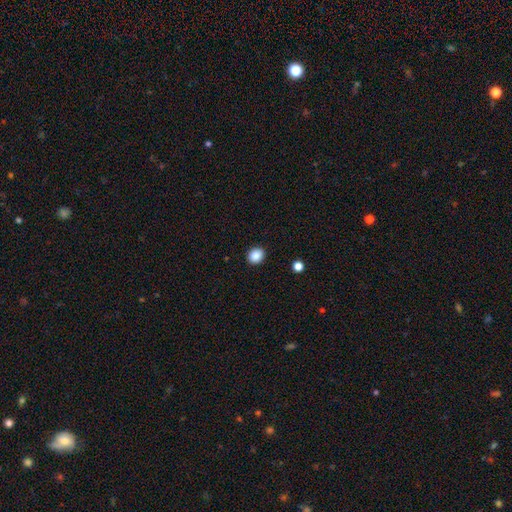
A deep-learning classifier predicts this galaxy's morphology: smooth-or-featured: smooth: 87% | star or artifact: 10% | featured or disk: 3%
  how-rounded: round: 74% | in between: 26% | cigar-shaped: 1%
  merging: none: 92% | minor disturbance: 5% | major disturbance: 2% | merger: 1%